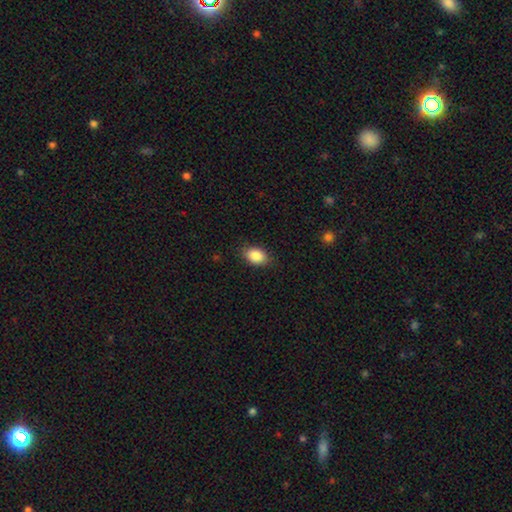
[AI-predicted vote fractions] smooth_or_featured: smooth (p=0.86) [alt: star or artifact p=0.08]
how_rounded: in between (p=0.80) [alt: round p=0.19]
merging: none (p=0.84) [alt: minor disturbance p=0.12]